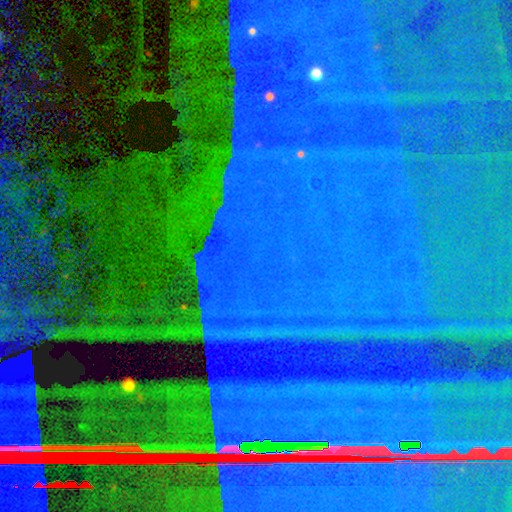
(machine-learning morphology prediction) Smooth or featured: star or artifact — 88% (featured or disk — 7%)